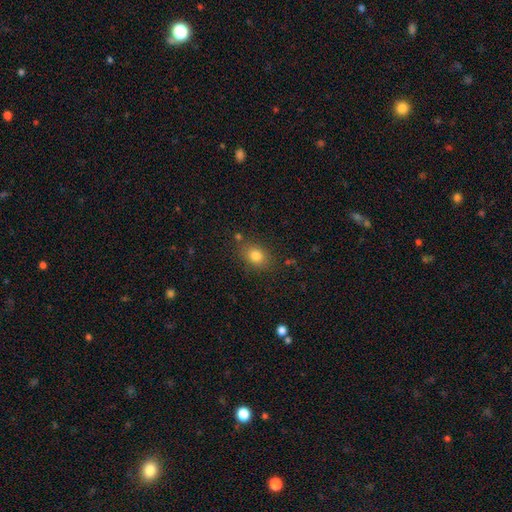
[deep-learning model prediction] Smooth or featured? smooth (81%)
How rounded? in between (64%)
Merging? none (80%)